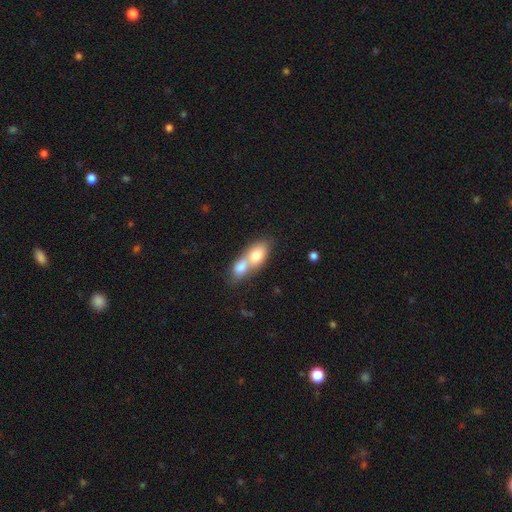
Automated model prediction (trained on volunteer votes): This is likely a smooth galaxy (74%). How rounded: likely in between (78%). Merging: likely merger (75%).